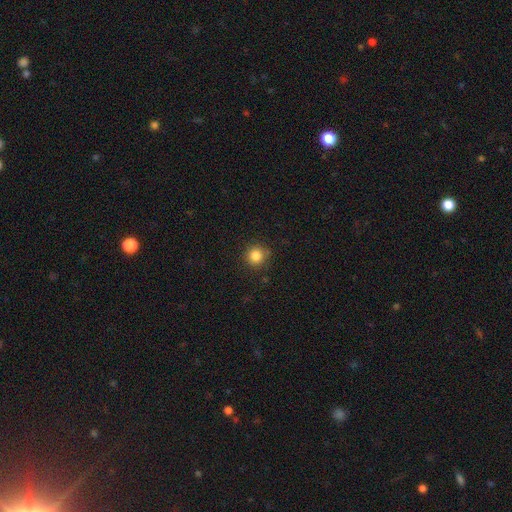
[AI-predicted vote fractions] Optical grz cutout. It shows a smooth galaxy with no disk features (84%) that is round (94%). Merging: none (87%).